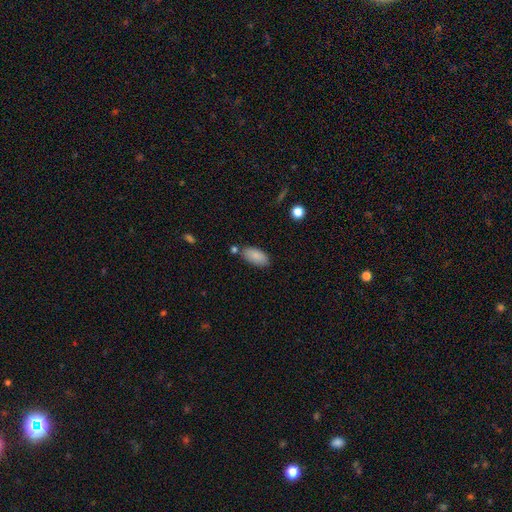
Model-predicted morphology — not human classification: Overall: smooth (87%). How rounded: in between (92%). Merging: none (74%).